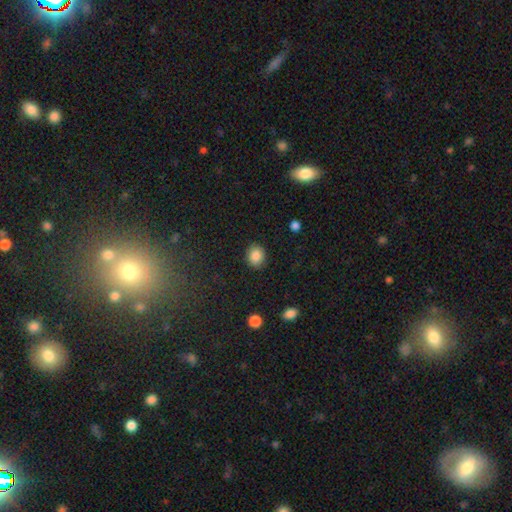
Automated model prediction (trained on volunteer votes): Smooth or featured: smooth — 86% (star or artifact — 9%)
How rounded: round — 65% (in between — 34%)
Merging: none — 88% (minor disturbance — 8%)